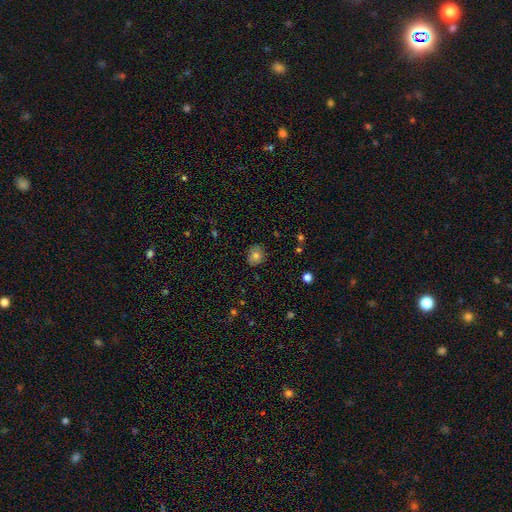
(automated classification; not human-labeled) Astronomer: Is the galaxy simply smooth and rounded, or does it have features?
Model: smooth — 77%.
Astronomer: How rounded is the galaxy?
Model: round — 65%.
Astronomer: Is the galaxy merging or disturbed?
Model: none — 83%.